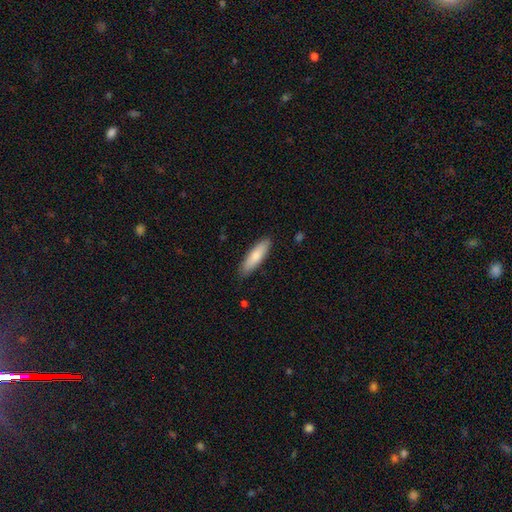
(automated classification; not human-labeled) Smooth or featured? Predicted: smooth (p=0.80). How rounded? Predicted: cigar-shaped (p=0.61). Merging? Predicted: none (p=0.87).